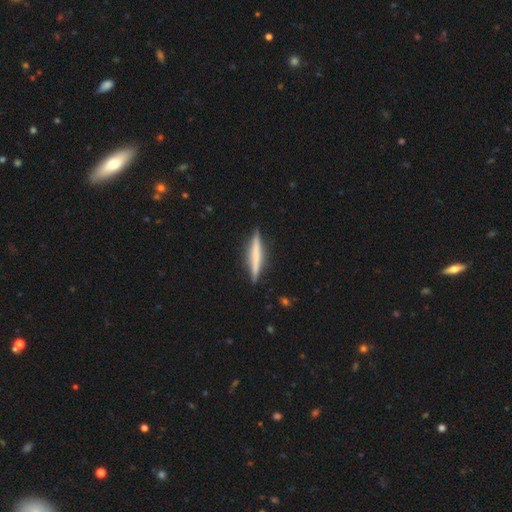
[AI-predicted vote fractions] Smooth or featured: featured or disk — 50% (smooth — 45%)
Merging: none — 89% (minor disturbance — 8%)